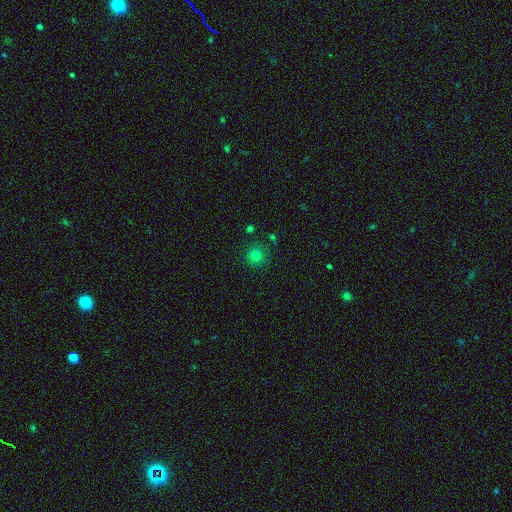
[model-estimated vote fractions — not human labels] smooth_or_featured: smooth (p=0.76) [alt: star or artifact p=0.17]
how_rounded: round (p=0.94) [alt: in between p=0.05]
merging: none (p=0.86) [alt: minor disturbance p=0.08]